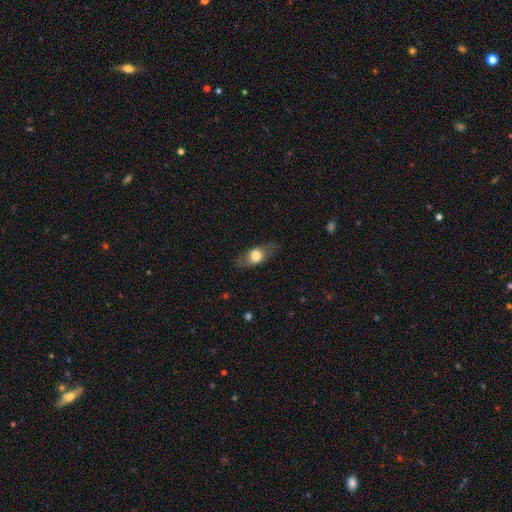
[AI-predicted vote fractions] Smooth or featured: smooth — 62% (featured or disk — 31%)
How rounded: in between — 71% (round — 17%)
Merging: none — 78% (minor disturbance — 14%)